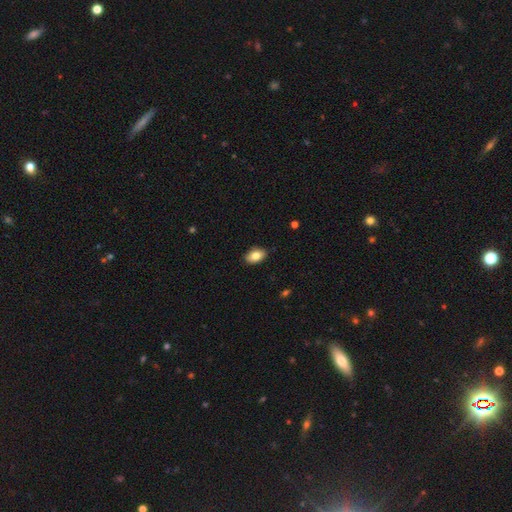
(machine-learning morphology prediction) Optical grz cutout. It shows a smooth galaxy with no disk features (82%) that is in between round and cigar-shaped (90%). Merging: none (88%).